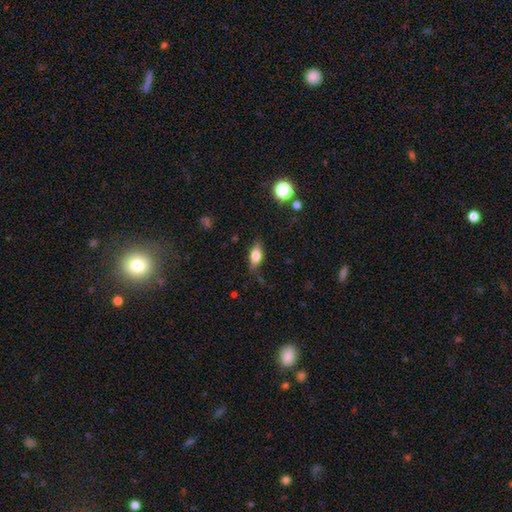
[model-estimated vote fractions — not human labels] Smooth or featured?
  - smooth: 74% *
  - featured or disk: 18%
  - star or artifact: 9%
How rounded?
  - in between: 80% *
  - cigar-shaped: 14%
  - round: 5%
Merging?
  - none: 78% *
  - minor disturbance: 16%
  - major disturbance: 4%
  - merger: 2%